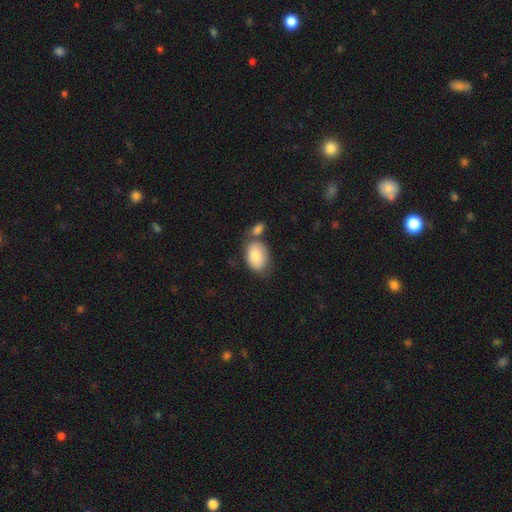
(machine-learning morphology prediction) type=smooth (84%); roundness=in between (88%); merging=none (48%).